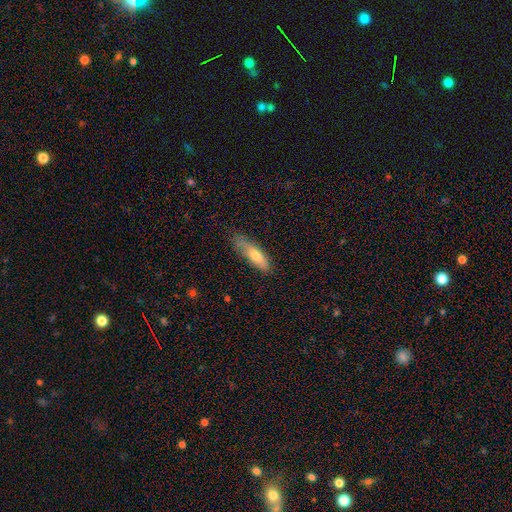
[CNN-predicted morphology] smooth-or-featured: smooth: 68% | featured or disk: 25% | star or artifact: 7%
  how-rounded: cigar-shaped: 59% | in between: 39% | round: 2%
  merging: none: 64% | minor disturbance: 28% | major disturbance: 6% | merger: 2%